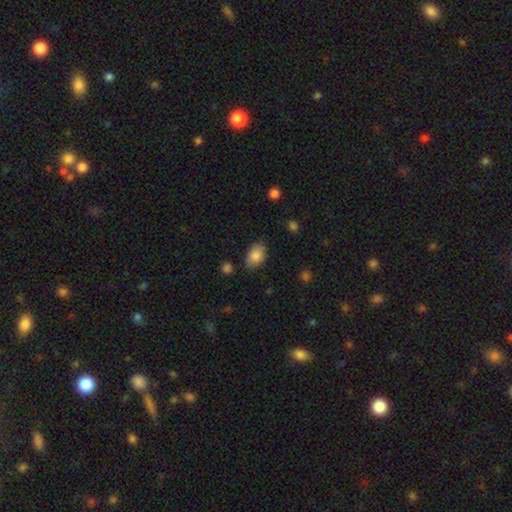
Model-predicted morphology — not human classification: Q: Smooth or featured?
A: smooth (85%); runner-up: star or artifact (7%)
Q: How rounded?
A: in between (88%); runner-up: round (10%)
Q: Merging?
A: none (80%); runner-up: minor disturbance (15%)